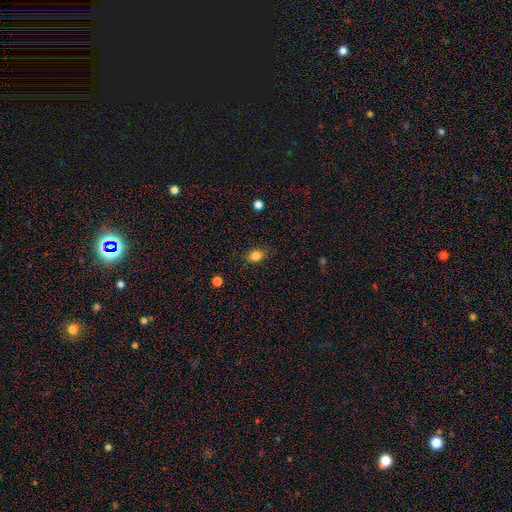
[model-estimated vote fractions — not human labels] This is clearly a smooth galaxy (84%). How rounded: possibly in between (54%). Merging: clearly none (84%).